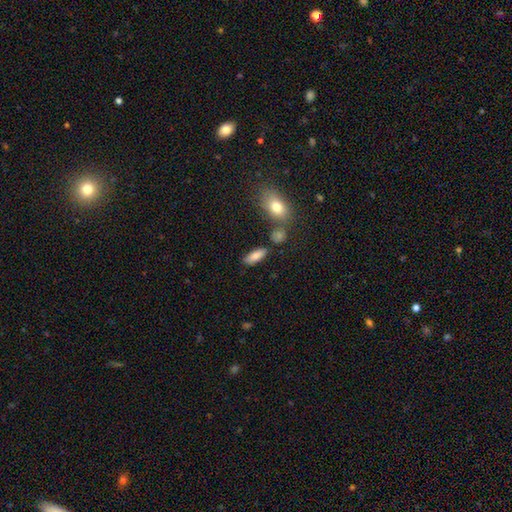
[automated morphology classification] smooth-or-featured: smooth: 82% | featured or disk: 11% | star or artifact: 8%
  how-rounded: in between: 68% | cigar-shaped: 29% | round: 3%
  merging: none: 78% | minor disturbance: 12% | merger: 6% | major disturbance: 3%